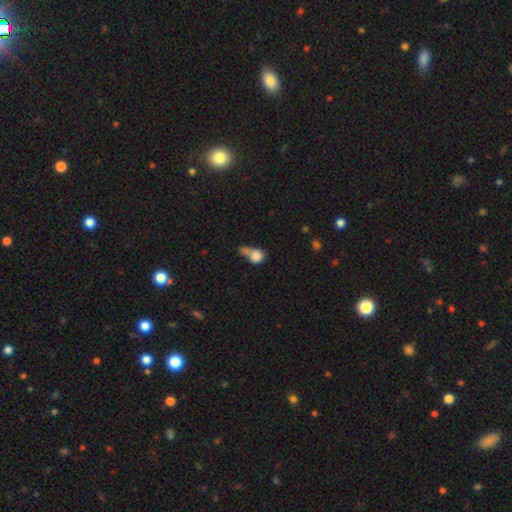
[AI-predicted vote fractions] This is clearly a smooth galaxy (80%). How rounded: likely round (71%). Merging: marginally merger (43%).